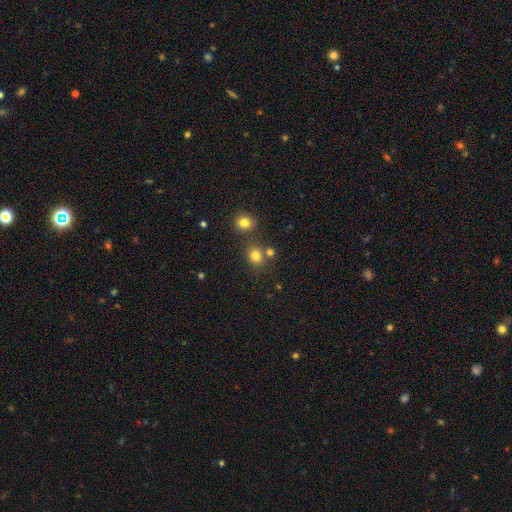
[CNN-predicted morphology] The model was most divided on "merging": none: 68%, merger: 19%, minor disturbance: 9%, major disturbance: 4%. More confident: smooth or featured — smooth (79%); how rounded — round (75%).